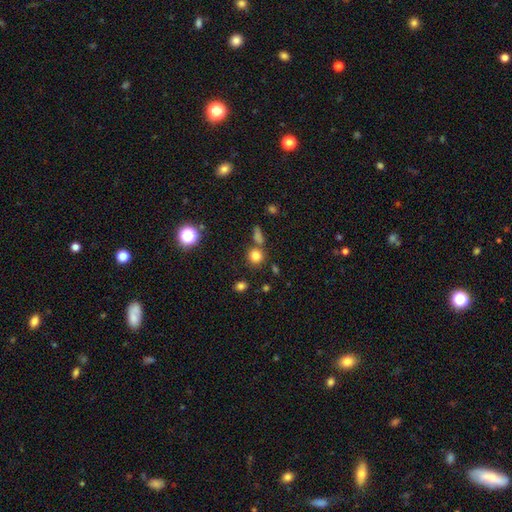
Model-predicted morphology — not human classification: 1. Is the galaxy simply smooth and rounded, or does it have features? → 79% smooth, 14% star or artifact, 6% featured or disk.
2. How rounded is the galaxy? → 87% round, 11% in between, 1% cigar-shaped.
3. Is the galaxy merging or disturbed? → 71% none, 16% merger, 9% minor disturbance, 4% major disturbance.